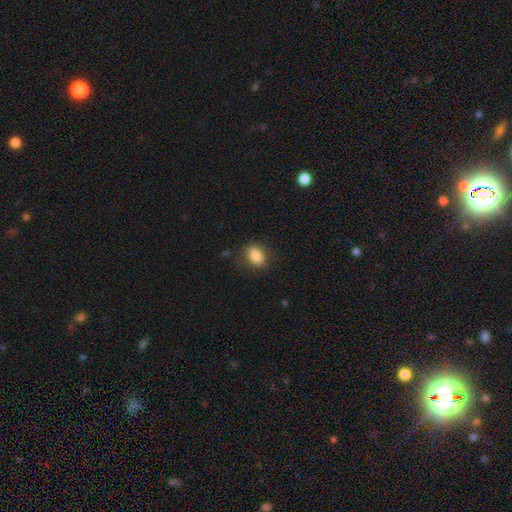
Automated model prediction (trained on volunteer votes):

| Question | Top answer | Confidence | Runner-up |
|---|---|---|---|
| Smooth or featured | smooth | 86% | star or artifact (8%) |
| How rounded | in between | 81% | round (17%) |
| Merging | none | 81% | minor disturbance (14%) |